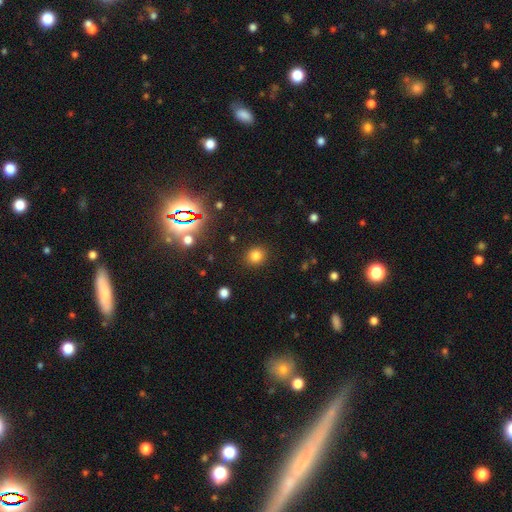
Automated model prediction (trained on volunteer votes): A smooth galaxy with no disk features (78%) that is round (84%).

Vote fractions:
- Smooth or featured? smooth: 78% / star or artifact: 17% / featured or disk: 6%
- How rounded? round: 84% / in between: 15% / cigar-shaped: 1%
- Merging? none: 89% / minor disturbance: 6% / major disturbance: 3% / merger: 2%